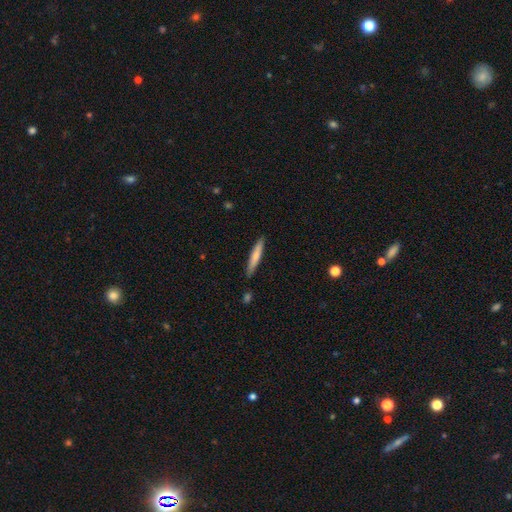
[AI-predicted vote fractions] Smooth or featured? Predicted: smooth (p=0.69). How rounded? Predicted: cigar-shaped (p=0.92). Merging? Predicted: none (p=0.87).